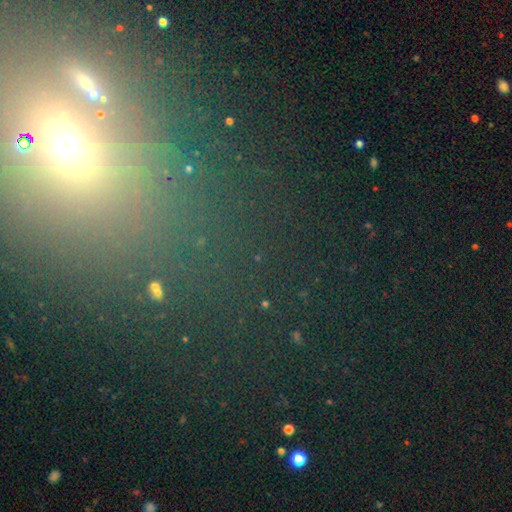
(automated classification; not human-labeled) A star or artifact, not a galaxy (58%).

Vote fractions:
- Smooth or featured? star or artifact: 58% / smooth: 29% / featured or disk: 13%